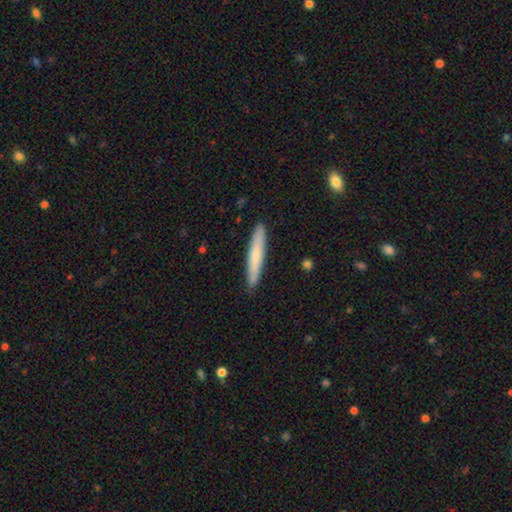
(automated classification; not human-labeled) Smooth or featured? Predicted: smooth (p=0.71). How rounded? Predicted: cigar-shaped (p=0.94). Merging? Predicted: none (p=0.90).